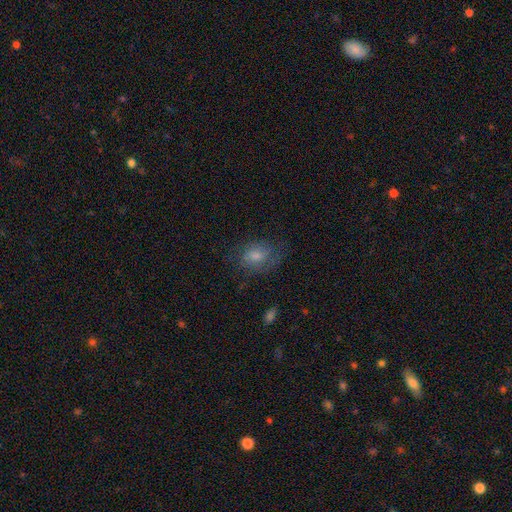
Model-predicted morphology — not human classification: The model was most divided on "smooth or featured": smooth: 55%, featured or disk: 30%, star or artifact: 15%. More confident: how rounded — in between (66%); merging — none (64%).